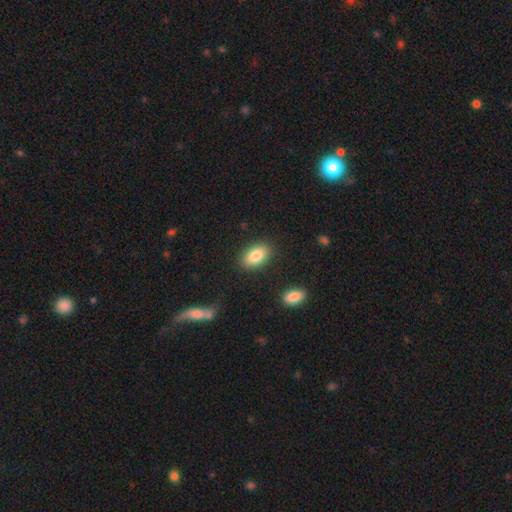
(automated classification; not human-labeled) Smooth or featured?
  - smooth: 84% *
  - featured or disk: 9%
  - star or artifact: 7%
How rounded?
  - in between: 91% *
  - round: 7%
  - cigar-shaped: 2%
Merging?
  - none: 85% *
  - minor disturbance: 10%
  - major disturbance: 3%
  - merger: 2%